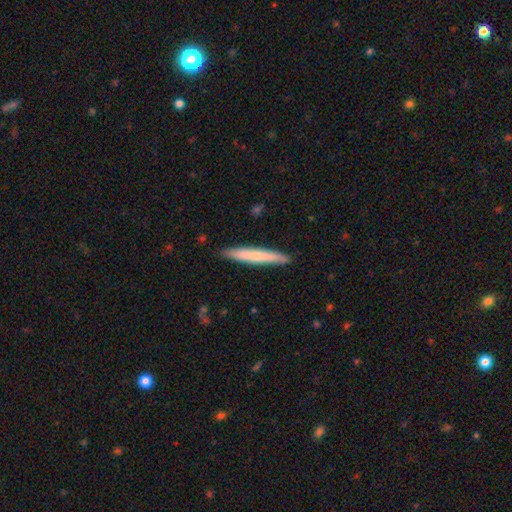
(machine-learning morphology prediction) A smooth galaxy with no disk features (64%) that is cigar-shaped (95%). Merging: none (90%).